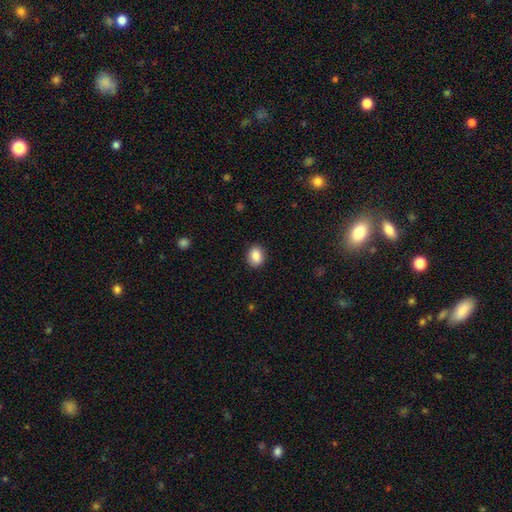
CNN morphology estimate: This appears to be a smooth galaxy with no disk features (86%) that is round (52%). Merging: none (90%).